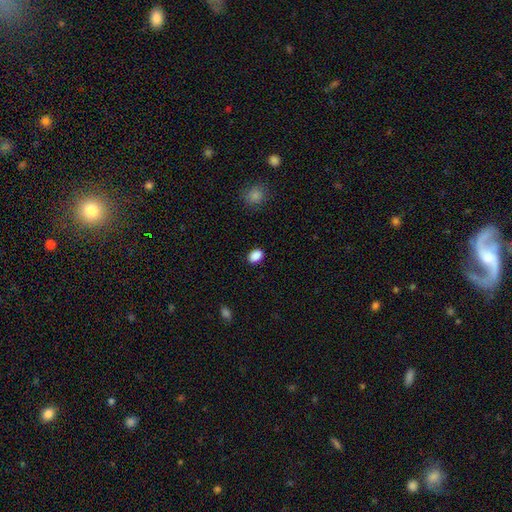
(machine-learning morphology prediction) smooth 88%, star or artifact 9%, featured or disk 3%. Down the decision tree: how rounded — in between (74%); merging — none (87%).